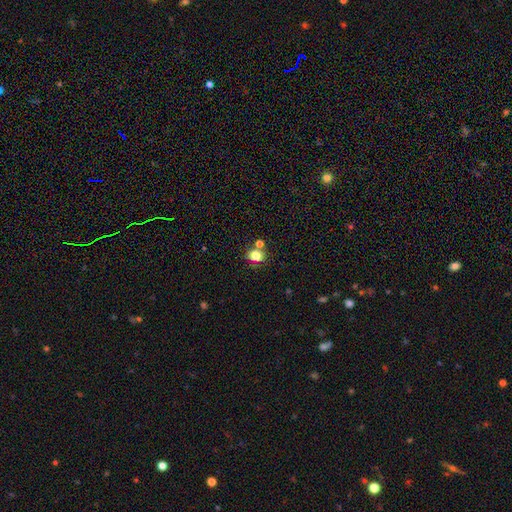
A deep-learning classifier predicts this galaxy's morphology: This appears to be a smooth galaxy with no disk features (79%) that is round (78%). Merging: none (66%).